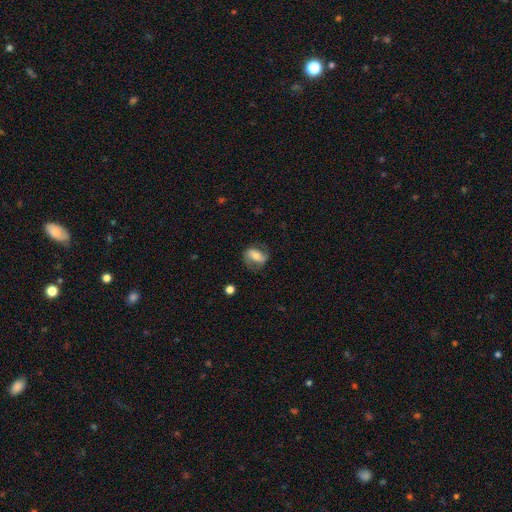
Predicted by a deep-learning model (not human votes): smooth_or_featured: featured or disk (p=0.47) [alt: smooth p=0.46]
merging: none (p=0.68) [alt: minor disturbance p=0.20]